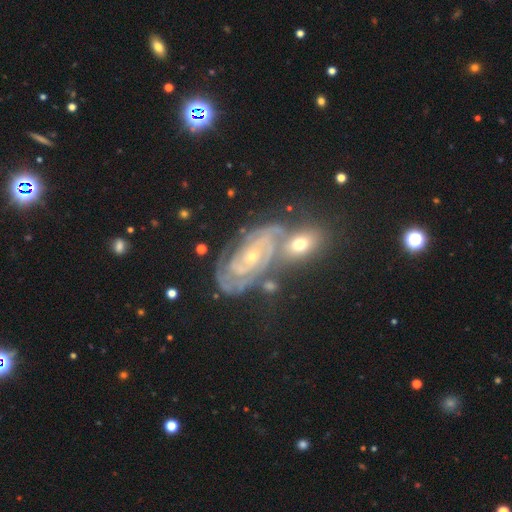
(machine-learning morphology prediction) smooth-or-featured: featured or disk: 83% | star or artifact: 9% | smooth: 8%
  disk-edge-on: no: 95% | yes: 5%
    bar: no: 65% | weak: 26% | strong: 9%
    has-spiral-arms: yes: 95% | no: 5%
      spiral-winding: tight: 74% | medium: 21% | loose: 5%
      spiral-arm-count: 2: 36% | can't tell: 26% | 3: 19% | 4: 7% | more than 4: 6% | 1: 6%
    bulge-size: small: 72% | moderate: 24% | none: 1% | large: 1% | dominant: 1%
  merging: none: 58% | merger: 20% | minor disturbance: 15% | major disturbance: 7%